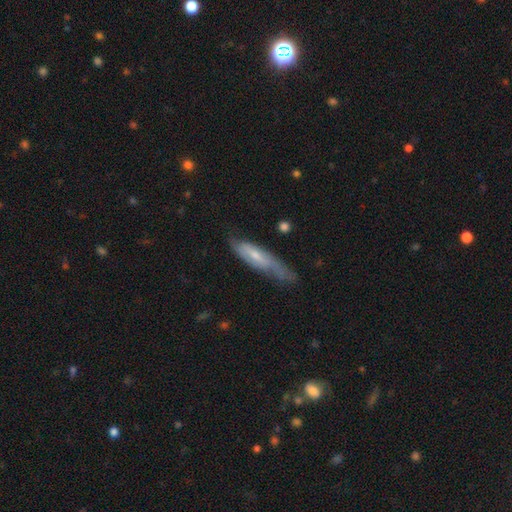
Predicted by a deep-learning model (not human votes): A featured or disk galaxy (51%).

Vote fractions:
- Smooth or featured? featured or disk: 51% / smooth: 43% / star or artifact: 6%
- Edge-on disk? no: 61% / yes: 39%
- Merging? none: 51% / minor disturbance: 33% / major disturbance: 14% / merger: 2%